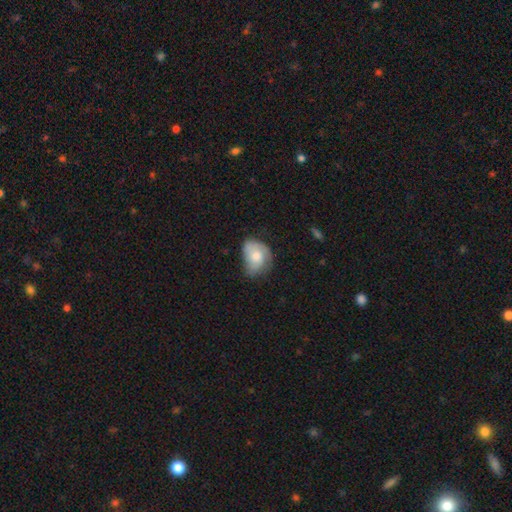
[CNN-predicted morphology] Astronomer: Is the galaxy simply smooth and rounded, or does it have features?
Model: smooth — 59%.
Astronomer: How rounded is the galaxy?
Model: in between — 65%.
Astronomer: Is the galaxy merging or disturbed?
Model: none — 41% (runner-up: minor disturbance, 39%).